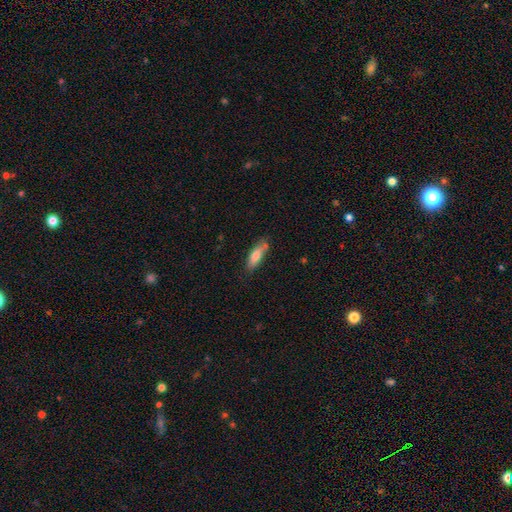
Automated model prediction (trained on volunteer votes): Smooth or featured: smooth — 73% (featured or disk — 20%)
How rounded: cigar-shaped — 49% (tied with in between — 49%)
Merging: none — 65% (minor disturbance — 24%)